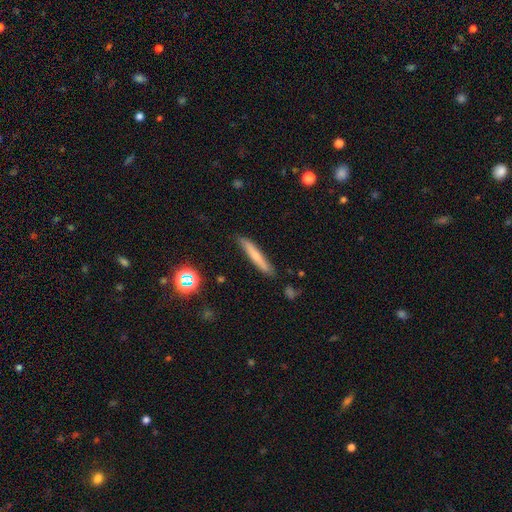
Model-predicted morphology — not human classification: This is possibly a smooth galaxy (55%). How rounded: clearly cigar-shaped (93%). Merging: clearly none (83%).